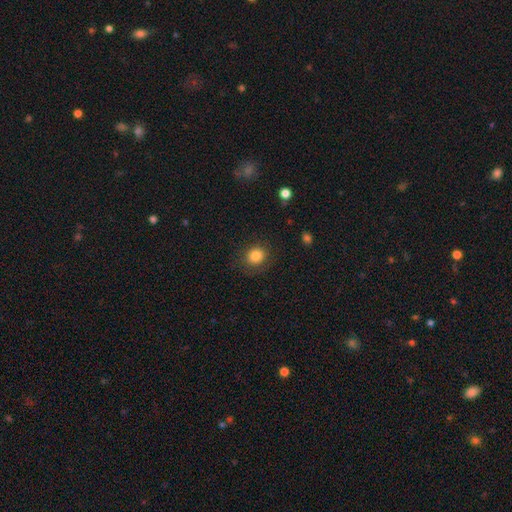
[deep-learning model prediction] A smooth galaxy with no disk features (83%) that is round (73%).

Vote fractions:
- Smooth or featured? smooth: 83% / star or artifact: 10% / featured or disk: 7%
- How rounded? round: 73% / in between: 26% / cigar-shaped: 1%
- Merging? none: 80% / minor disturbance: 13% / major disturbance: 5% / merger: 1%